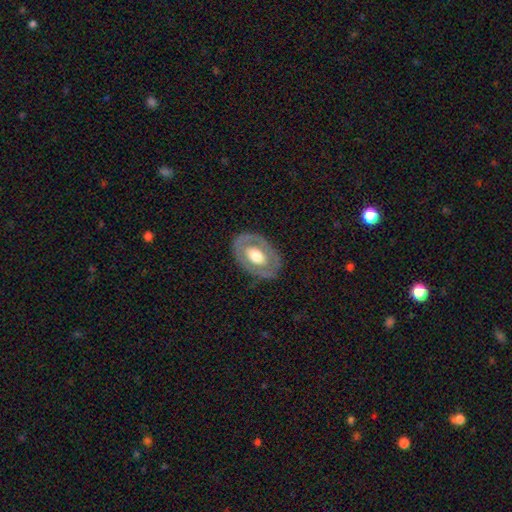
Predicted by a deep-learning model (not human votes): Morphology: type=featured or disk (53%); edge-on=no (91%); merging=none (77%).